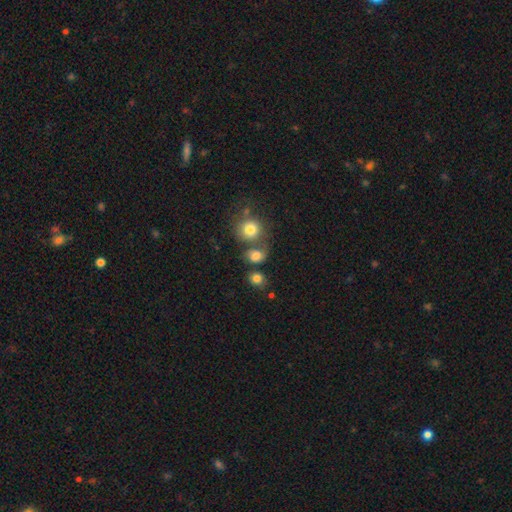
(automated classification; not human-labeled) This appears to be a smooth galaxy with no disk features (78%) that is round (62%). Merging: none (44%).